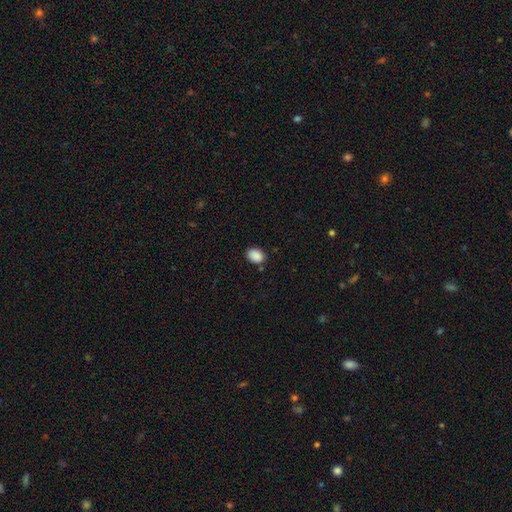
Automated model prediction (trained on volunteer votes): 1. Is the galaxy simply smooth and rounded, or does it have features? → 89% smooth, 8% star or artifact, 3% featured or disk.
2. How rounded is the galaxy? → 72% in between, 27% round, 1% cigar-shaped.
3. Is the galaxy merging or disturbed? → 83% none, 12% minor disturbance, 3% major disturbance, 2% merger.